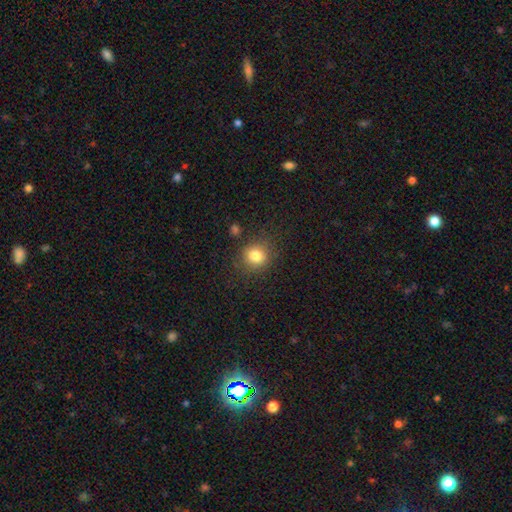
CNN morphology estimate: Smooth or featured? Predicted: smooth (p=0.83). How rounded? Predicted: round (p=0.82). Merging? Predicted: none (p=0.82).